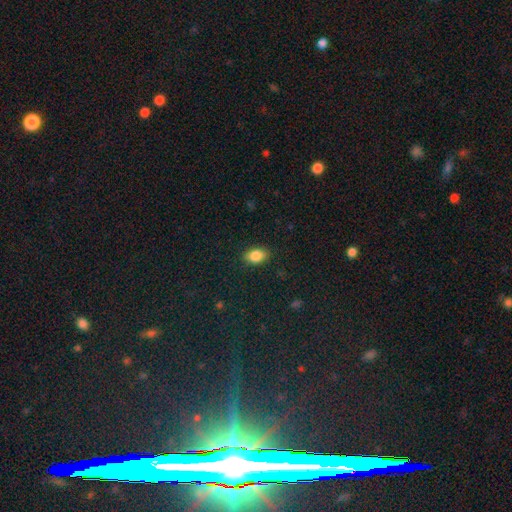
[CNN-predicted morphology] Smooth or featured: smooth — 87% (star or artifact — 8%)
How rounded: in between — 85% (round — 13%)
Merging: none — 87% (minor disturbance — 10%)